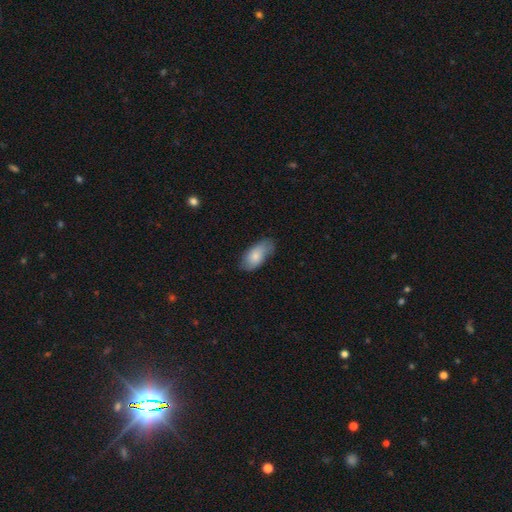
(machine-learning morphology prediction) A smooth galaxy with no disk features (76%) that is in between round and cigar-shaped (92%).

Vote fractions:
- Smooth or featured? smooth: 76% / featured or disk: 18% / star or artifact: 6%
- How rounded? in between: 92% / cigar-shaped: 5% / round: 3%
- Merging? none: 64% / minor disturbance: 29% / major disturbance: 6% / merger: 1%